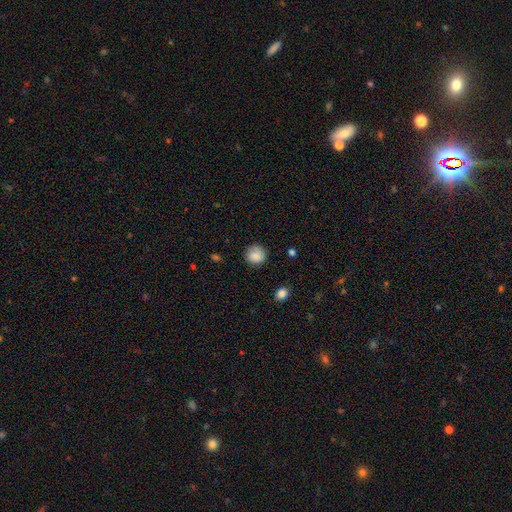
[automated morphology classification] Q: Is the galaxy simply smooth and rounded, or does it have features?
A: smooth — 85%.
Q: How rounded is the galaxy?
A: round — 90%.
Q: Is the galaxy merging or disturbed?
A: none — 83%.